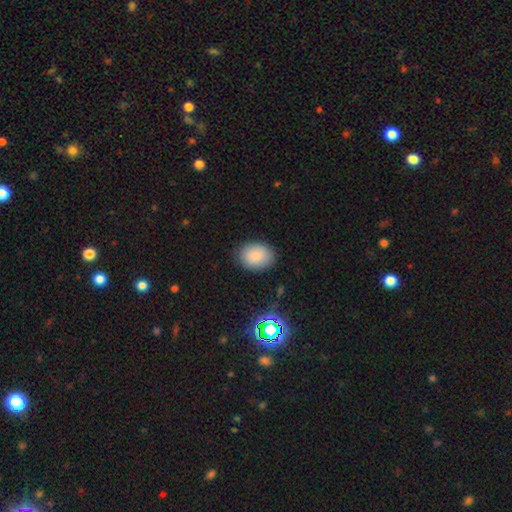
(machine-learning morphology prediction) The model was most divided on "how rounded": in between: 71%, round: 28%, cigar-shaped: 1%. More confident: smooth or featured — smooth (85%); merging — none (84%).